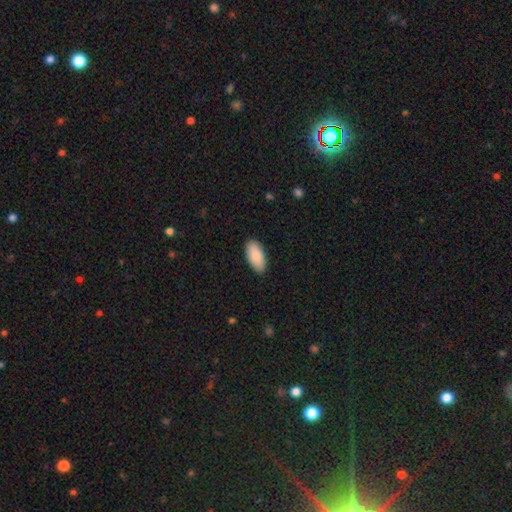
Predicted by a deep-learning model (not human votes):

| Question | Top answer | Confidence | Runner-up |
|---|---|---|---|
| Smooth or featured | smooth | 88% | featured or disk (7%) |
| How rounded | in between | 94% | cigar-shaped (4%) |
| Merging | none | 87% | minor disturbance (10%) |